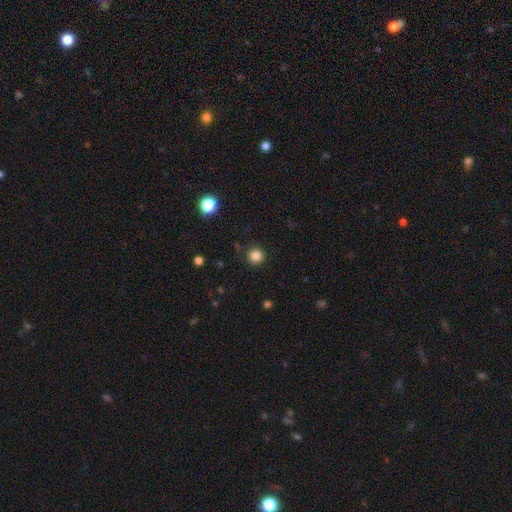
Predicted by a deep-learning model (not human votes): Smooth or featured? Predicted: smooth (p=0.84). How rounded? Predicted: round (p=0.94). Merging? Predicted: none (p=0.89).